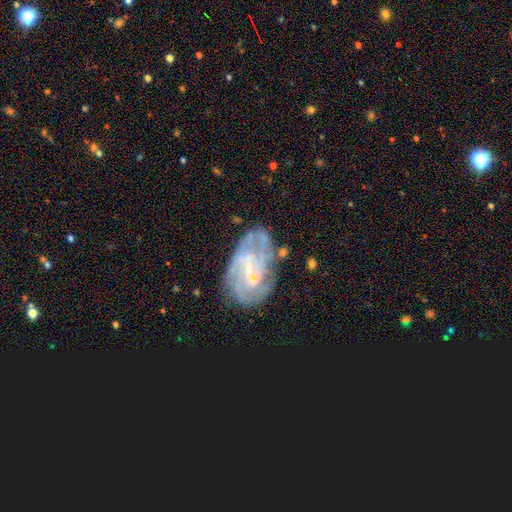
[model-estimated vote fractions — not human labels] This appears to be a featured or disk galaxy (72%) with no bar (54%), spiral arms (56%) and a small central bulge (53%). Merging: none (45%).